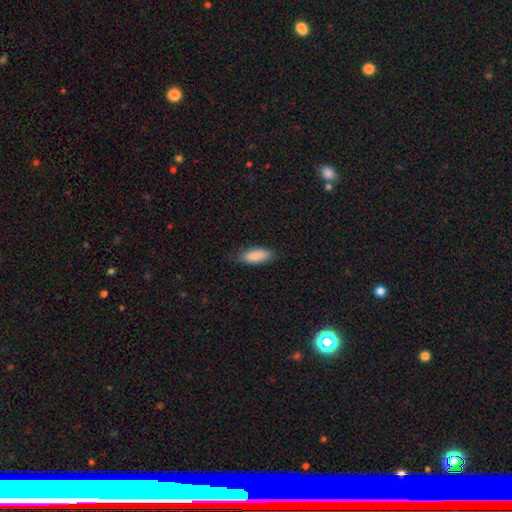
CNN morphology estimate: Overall: smooth (87%). How rounded: in between (74%). Merging: none (74%).